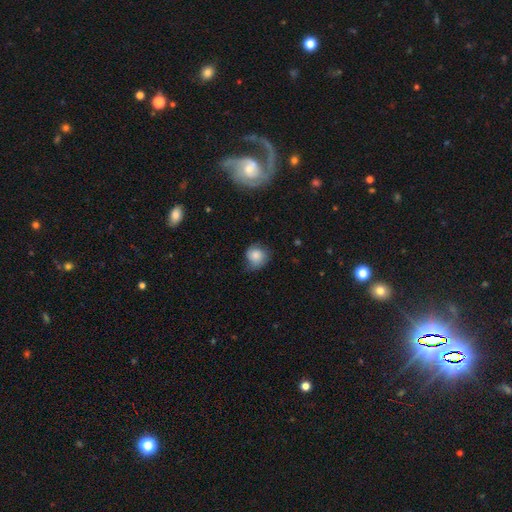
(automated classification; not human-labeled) Smooth or featured?
  - smooth: 75% *
  - featured or disk: 16%
  - star or artifact: 8%
How rounded?
  - round: 82% *
  - in between: 17%
  - cigar-shaped: 1%
Merging?
  - none: 52% *
  - minor disturbance: 35%
  - major disturbance: 12%
  - merger: 2%